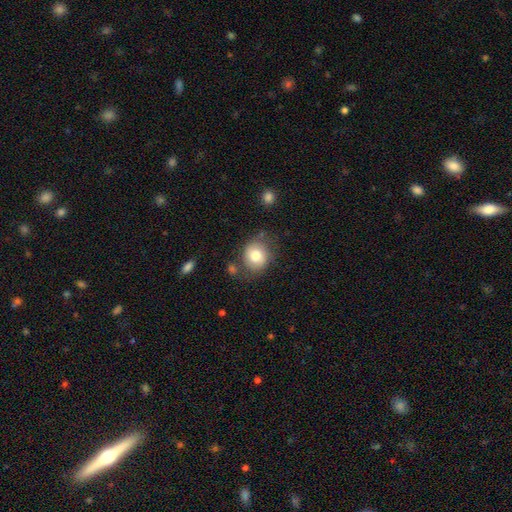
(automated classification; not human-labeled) This appears to be a smooth galaxy with no disk features (78%) that is round (70%). Merging: none (67%).